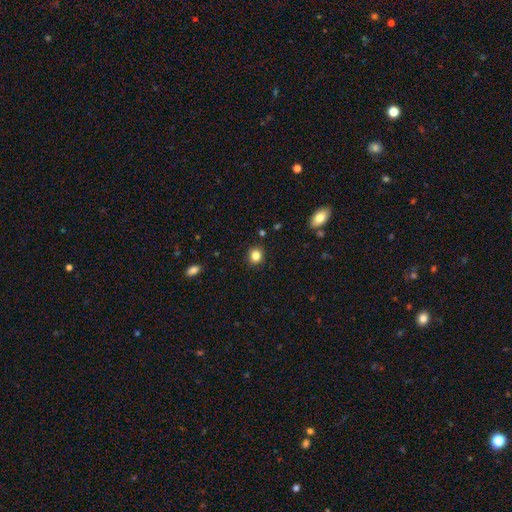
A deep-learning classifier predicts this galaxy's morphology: The model was most divided on "how rounded": round: 82%, in between: 17%, cigar-shaped: 1%. More confident: merging — none (90%); smooth or featured — smooth (84%).